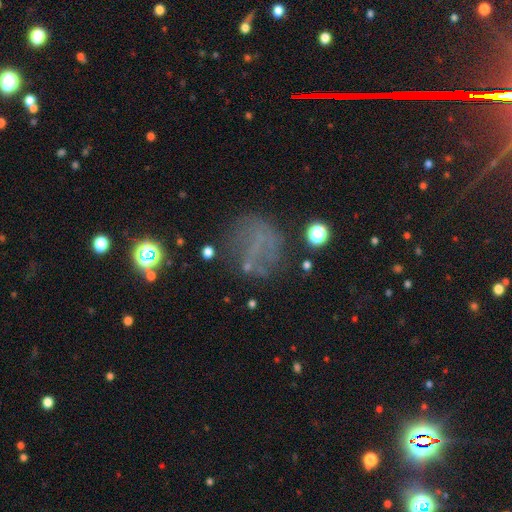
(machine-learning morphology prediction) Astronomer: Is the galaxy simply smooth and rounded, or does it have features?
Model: smooth — 37% (runner-up: featured or disk, 32%).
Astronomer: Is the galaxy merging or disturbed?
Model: none — 57%.